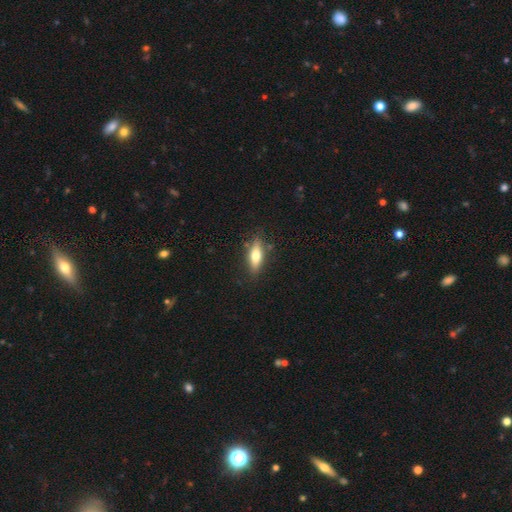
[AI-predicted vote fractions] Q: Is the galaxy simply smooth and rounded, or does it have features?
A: smooth — 62%.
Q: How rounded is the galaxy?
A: in between — 58%.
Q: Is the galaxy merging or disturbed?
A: none — 81%.